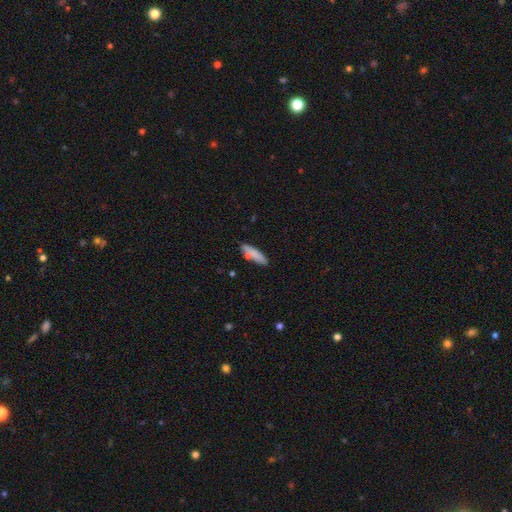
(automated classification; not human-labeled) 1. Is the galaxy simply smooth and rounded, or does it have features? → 68% smooth, 21% featured or disk, 11% star or artifact.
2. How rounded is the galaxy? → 73% cigar-shaped, 24% in between, 2% round.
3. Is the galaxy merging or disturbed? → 77% none, 15% minor disturbance, 4% merger, 4% major disturbance.